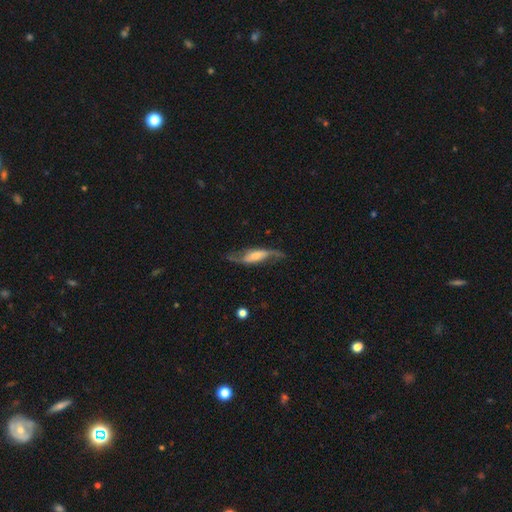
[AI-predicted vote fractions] A featured or disk galaxy (74%) with a weak bar (36%, tied with no), 2 (90%) loose (76%) spiral arms (92%) and a small central bulge (30%, tied with moderate).

Vote fractions:
- Smooth or featured? featured or disk: 74% / smooth: 20% / star or artifact: 6%
- Edge-on disk? no: 80% / yes: 20%
- Bar? weak: 36% (tied) / no: 36% (tied) / strong: 28%
- Spiral arms? yes: 92% / no: 8%
- Spiral winding? loose: 76% / medium: 18% / tight: 5%
- Spiral arm count? 2: 90% / can't tell: 4% / 1: 3% / 3: 1% / 4: 1% / more than 4: 1%
- Bulge size? small: 30% (tied) / moderate: 30% (tied) / none: 18% / large: 17% / dominant: 4%
- Merging? none: 65% / minor disturbance: 20% / major disturbance: 13% / merger: 2%